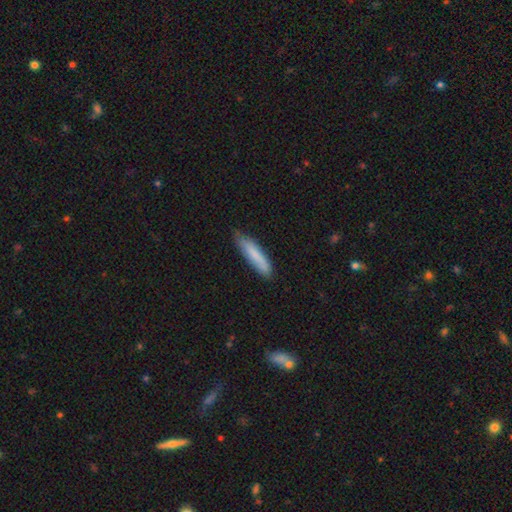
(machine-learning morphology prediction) type=smooth (80%); roundness=cigar-shaped (80%); merging=none (76%).